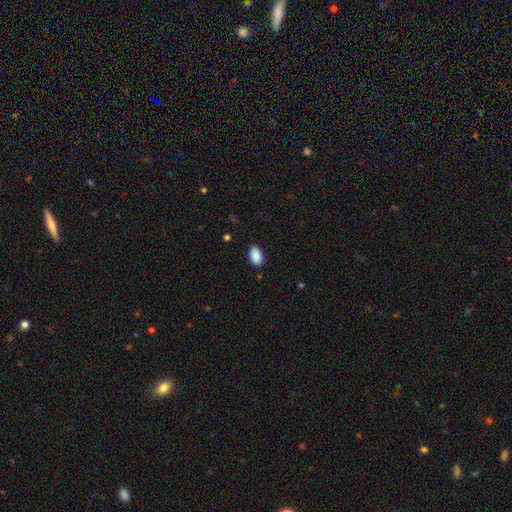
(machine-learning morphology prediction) Smooth or featured: smooth — 90% (star or artifact — 7%)
How rounded: in between — 92% (round — 7%)
Merging: none — 87% (minor disturbance — 10%)